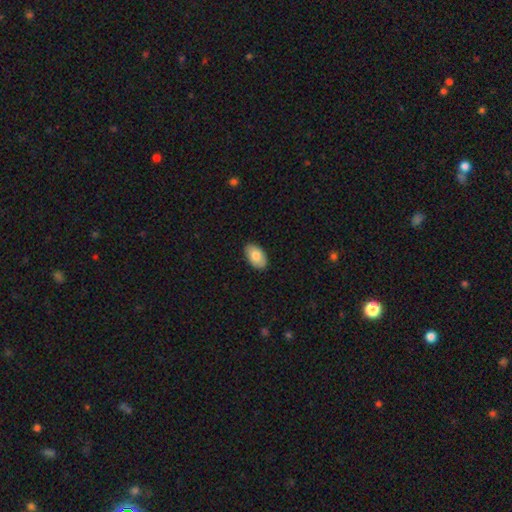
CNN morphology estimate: This appears to be a smooth galaxy with no disk features (80%) that is in between round and cigar-shaped (94%). Merging: none (88%).